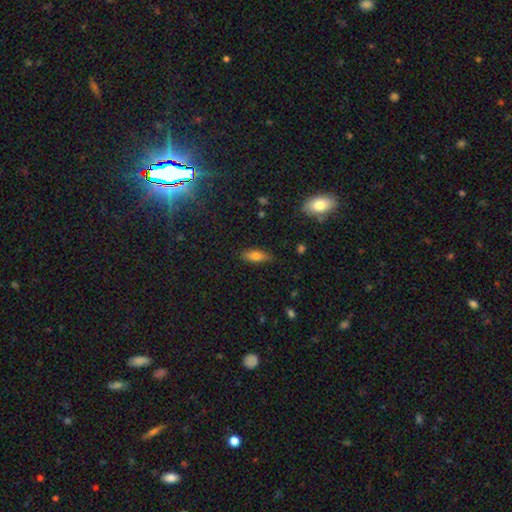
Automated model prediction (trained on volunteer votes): smooth 71%, featured or disk 20%, star or artifact 9%. Down the decision tree: how rounded — in between (67%); merging — none (82%).